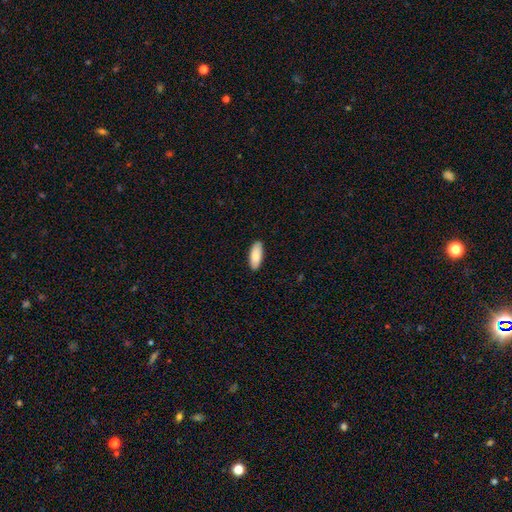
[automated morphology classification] Q: Smooth or featured?
A: smooth (87%); runner-up: featured or disk (8%)
Q: How rounded?
A: in between (81%); runner-up: cigar-shaped (17%)
Q: Merging?
A: none (89%); runner-up: minor disturbance (8%)